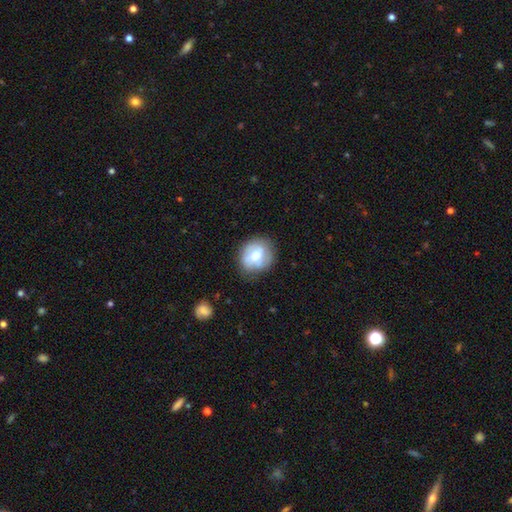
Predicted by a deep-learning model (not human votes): Smooth or featured? smooth (52%)
How rounded? round (70%)
Merging? none (72%)